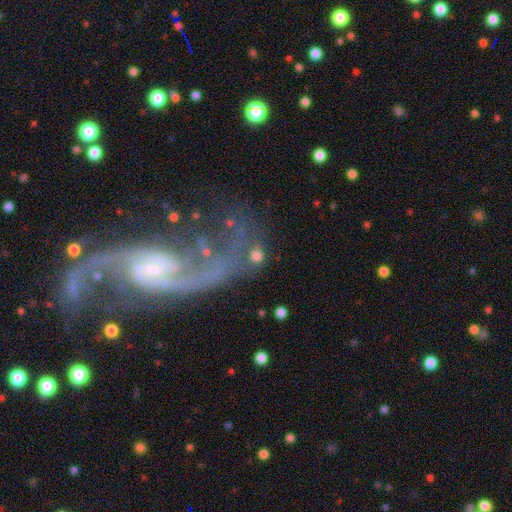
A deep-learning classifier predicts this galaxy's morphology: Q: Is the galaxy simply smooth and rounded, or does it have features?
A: featured or disk — 43%.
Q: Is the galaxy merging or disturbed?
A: none — 50%.